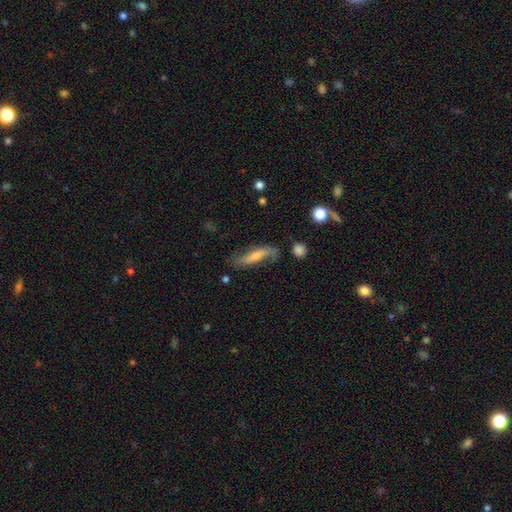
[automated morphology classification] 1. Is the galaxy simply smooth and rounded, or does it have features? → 58% featured or disk, 33% smooth, 8% star or artifact.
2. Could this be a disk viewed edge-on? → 54% no, 46% yes.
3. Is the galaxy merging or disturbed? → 63% none, 23% minor disturbance, 10% major disturbance, 4% merger.